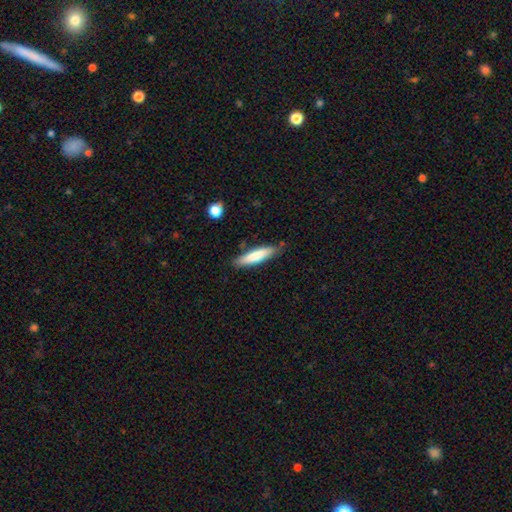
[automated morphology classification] Smooth or featured: smooth — 75% (featured or disk — 19%)
How rounded: cigar-shaped — 76% (in between — 23%)
Merging: none — 78% (minor disturbance — 16%)